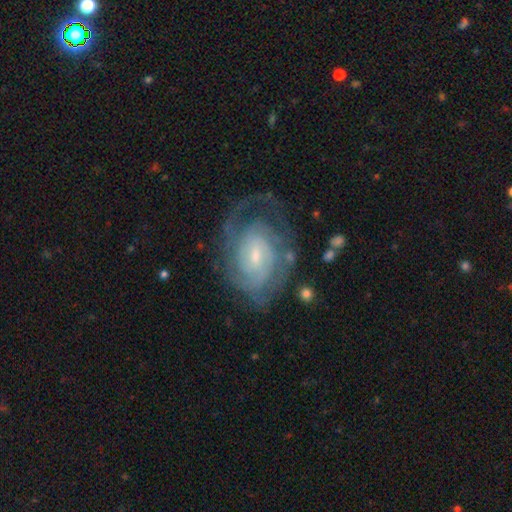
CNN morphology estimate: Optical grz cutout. It shows a featured or disk galaxy (87%) with a weak bar (51%), 2 (33%) tight (66%) spiral arms (96%) and a small central bulge (57%). Merging: none (66%).